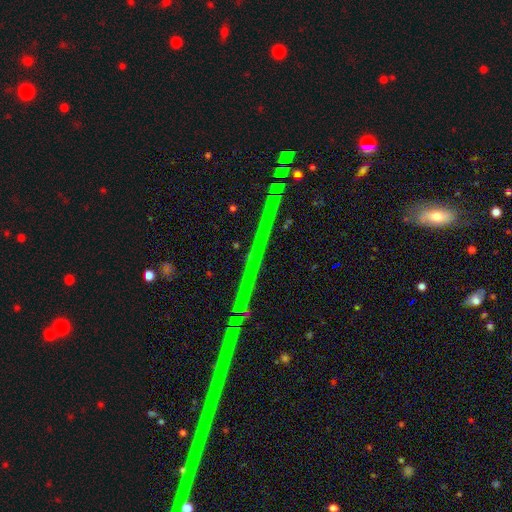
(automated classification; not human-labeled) Overall: star or artifact (81%).